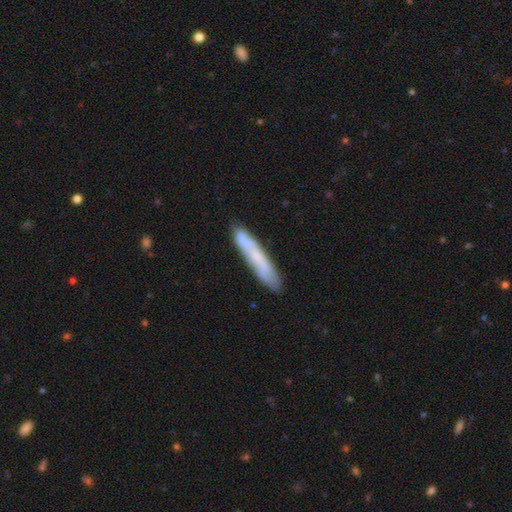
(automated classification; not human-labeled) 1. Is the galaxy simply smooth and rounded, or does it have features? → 58% smooth, 35% featured or disk, 7% star or artifact.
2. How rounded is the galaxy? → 92% cigar-shaped, 7% in between, 1% round.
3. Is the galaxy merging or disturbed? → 80% none, 14% minor disturbance, 3% merger, 3% major disturbance.